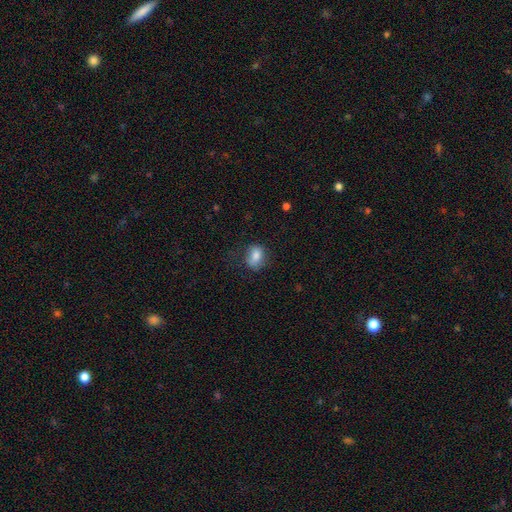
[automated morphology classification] A smooth galaxy with no disk features (80%) that is in between round and cigar-shaped (67%). Merging: none (63%).